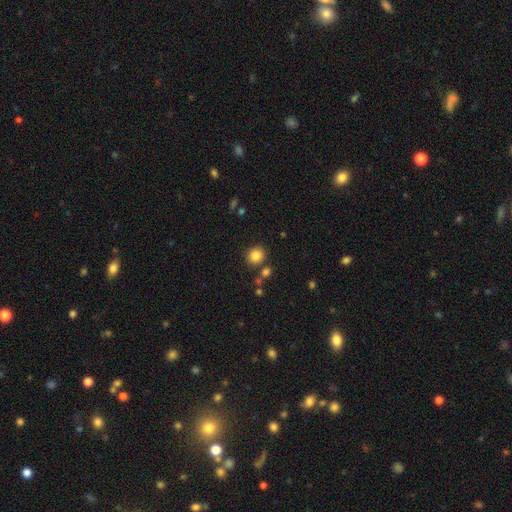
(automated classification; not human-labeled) smooth_or_featured: smooth (p=0.84) [alt: star or artifact p=0.11]
how_rounded: round (p=0.81) [alt: in between p=0.18]
merging: none (p=0.82) [alt: minor disturbance p=0.08]